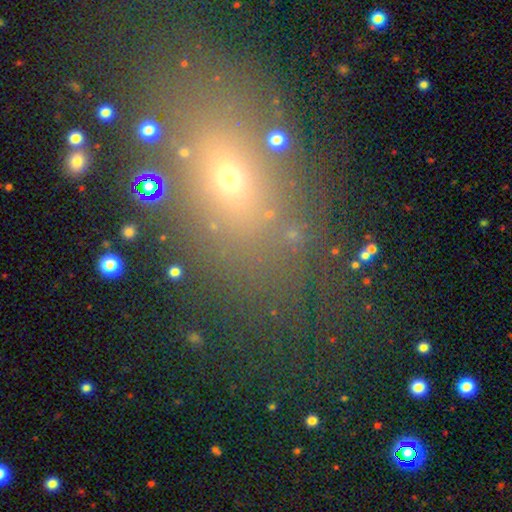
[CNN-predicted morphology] A smooth galaxy with no disk features (56%) that is in between round and cigar-shaped (71%).

Vote fractions:
- Smooth or featured? smooth: 56% / star or artifact: 26% / featured or disk: 18%
- How rounded? in between: 71% / round: 23% / cigar-shaped: 6%
- Merging? none: 74% / minor disturbance: 13% / major disturbance: 9% / merger: 5%